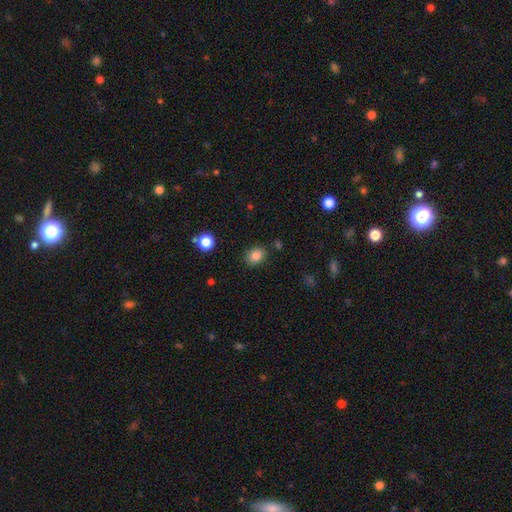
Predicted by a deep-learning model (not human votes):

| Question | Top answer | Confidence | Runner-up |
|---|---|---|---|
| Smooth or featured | smooth | 84% | star or artifact (11%) |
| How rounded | round | 50% | in between (49%) |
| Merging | none | 84% | minor disturbance (10%) |